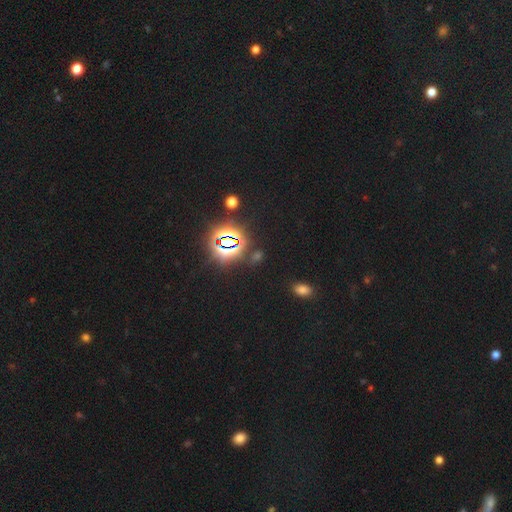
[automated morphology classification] The model was most divided on "smooth or featured": star or artifact: 72%, smooth: 20%, featured or disk: 8%.